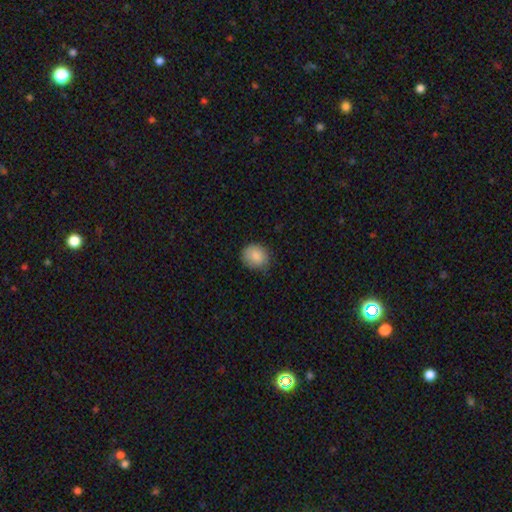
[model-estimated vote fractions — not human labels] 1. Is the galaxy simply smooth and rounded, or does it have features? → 86% smooth, 8% star or artifact, 6% featured or disk.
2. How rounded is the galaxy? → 76% round, 23% in between, 1% cigar-shaped.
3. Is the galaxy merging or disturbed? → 72% none, 23% minor disturbance, 4% major disturbance, 1% merger.